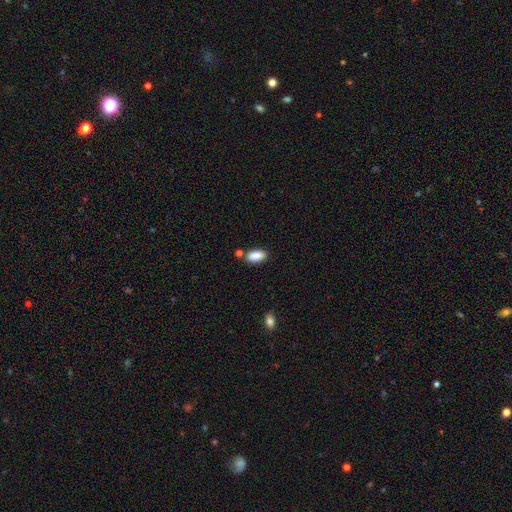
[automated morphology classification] This is clearly a smooth galaxy (88%). How rounded: clearly in between (90%). Merging: likely none (73%).